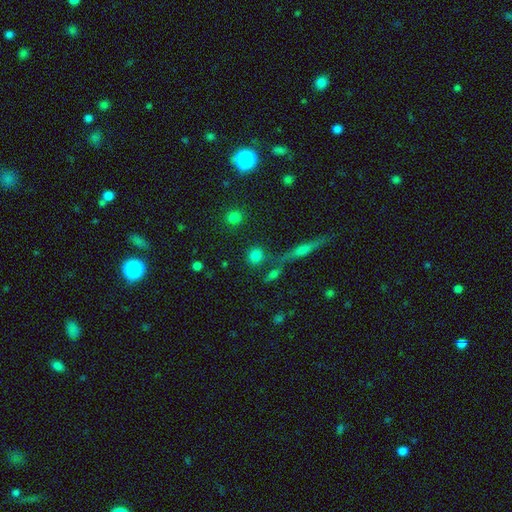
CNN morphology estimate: smooth 78%, star or artifact 14%, featured or disk 8%. Down the decision tree: how rounded — round (86%); merging — none (77%).